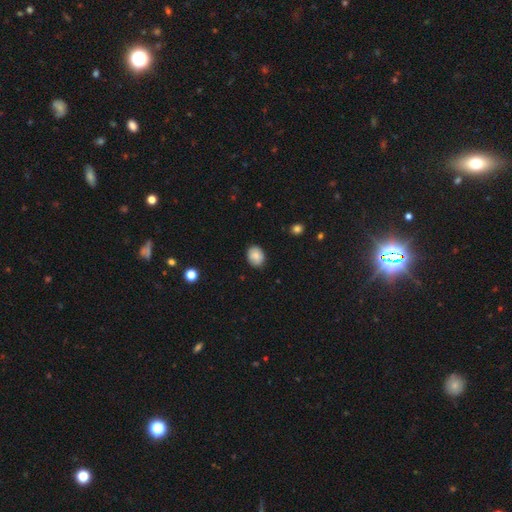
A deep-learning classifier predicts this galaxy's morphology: Overall: smooth (85%). How rounded: in between (55%; round 44%). Merging: none (87%).